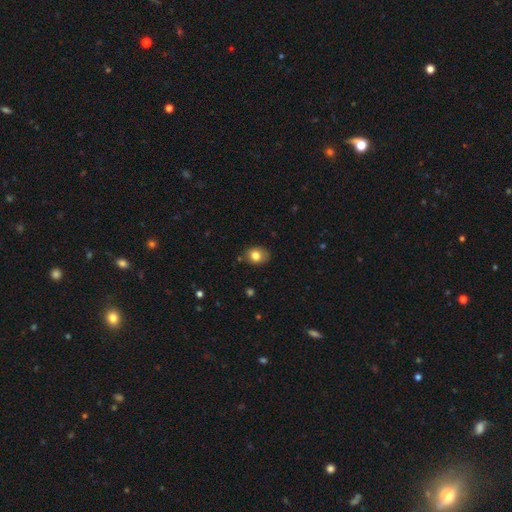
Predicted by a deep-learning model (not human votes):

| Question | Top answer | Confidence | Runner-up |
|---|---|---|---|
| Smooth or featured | smooth | 79% | featured or disk (11%) |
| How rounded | in between | 53% | round (46%) |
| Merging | none | 78% | minor disturbance (17%) |